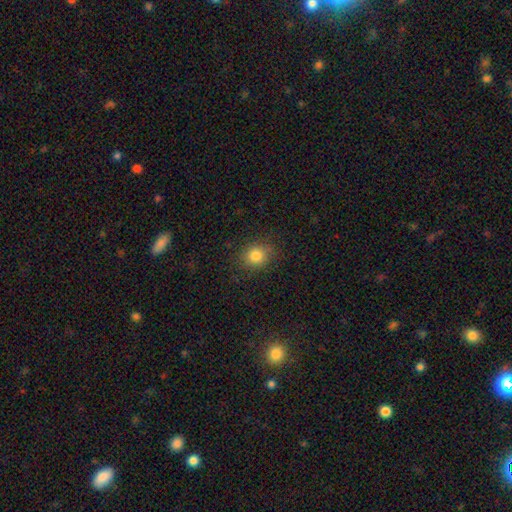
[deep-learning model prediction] Morphology: type=smooth (82%); roundness=round (74%); merging=none (85%).